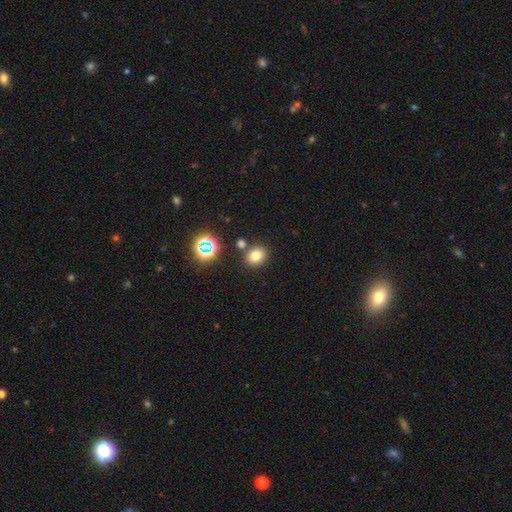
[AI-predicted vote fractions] smooth_or_featured: smooth (p=0.76) [alt: star or artifact p=0.17]
how_rounded: round (p=0.57) [alt: in between p=0.42]
merging: none (p=0.76) [alt: merger p=0.12]